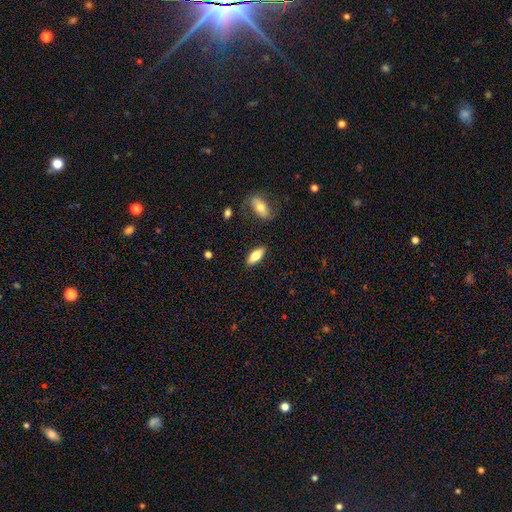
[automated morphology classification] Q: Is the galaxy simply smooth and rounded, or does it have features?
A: smooth — 70%.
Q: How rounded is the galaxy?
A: in between — 74%.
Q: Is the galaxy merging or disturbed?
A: none — 85%.